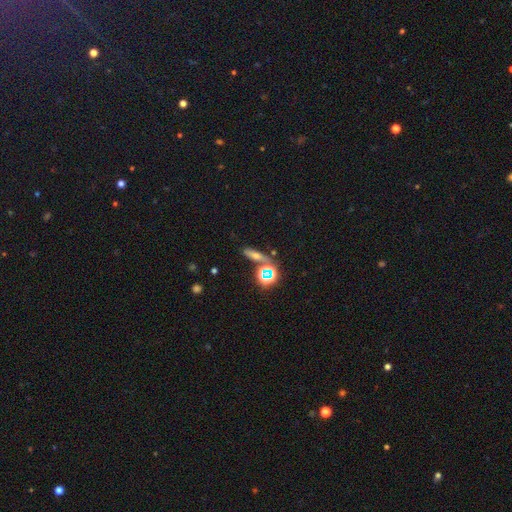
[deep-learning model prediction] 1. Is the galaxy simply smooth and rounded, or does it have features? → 38% star or artifact, 36% smooth, 26% featured or disk.